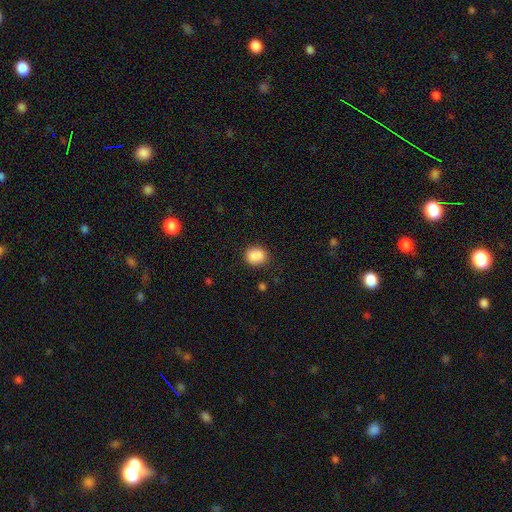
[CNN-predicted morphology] Smooth or featured: smooth — 86% (star or artifact — 9%)
How rounded: round — 66% (in between — 33%)
Merging: none — 75% (minor disturbance — 15%)